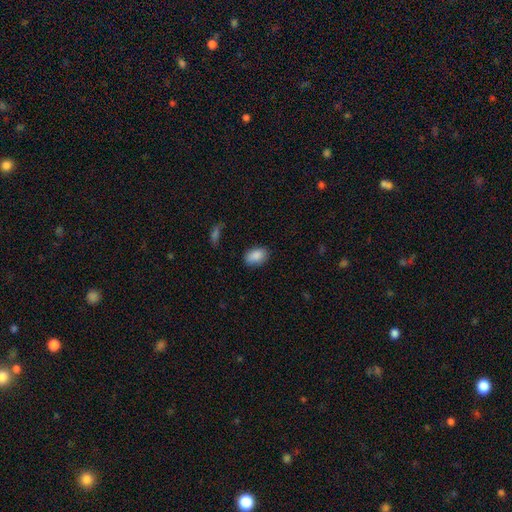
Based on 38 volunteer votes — Smooth or featured?
  - smooth: 89% *
  - featured or disk: 8%
  - star or artifact: 3%
How rounded?
  - in between: 88% *
  - round: 9%
  - cigar-shaped: 3%
Merging?
  - none: 73% *
  - minor disturbance: 22%
  - major disturbance: 5%
  - merger: 0%